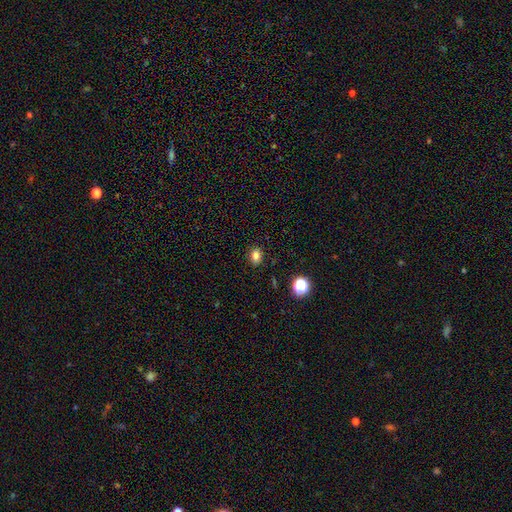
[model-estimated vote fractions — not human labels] Smooth or featured: smooth — 80% (star or artifact — 14%)
How rounded: in between — 64% (round — 35%)
Merging: none — 88% (minor disturbance — 9%)